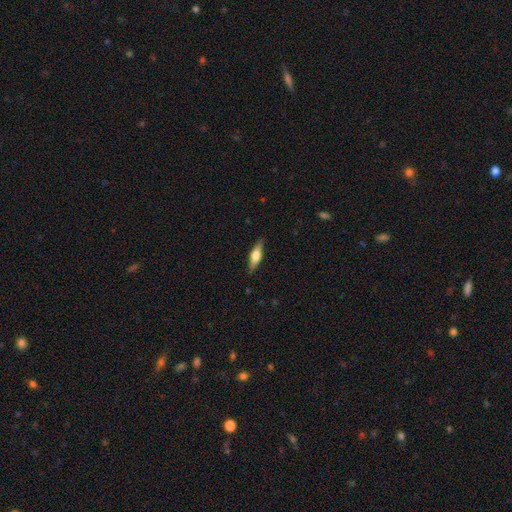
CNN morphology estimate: type=featured or disk (49%); merging=none (86%).